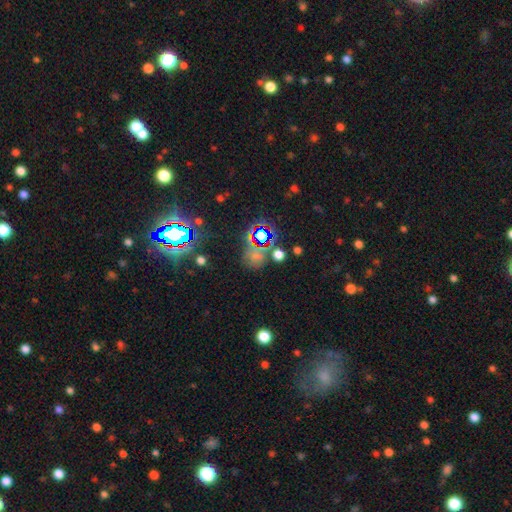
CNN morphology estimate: This is possibly a star or artifact rather than a galaxy (45%, tied with smooth).